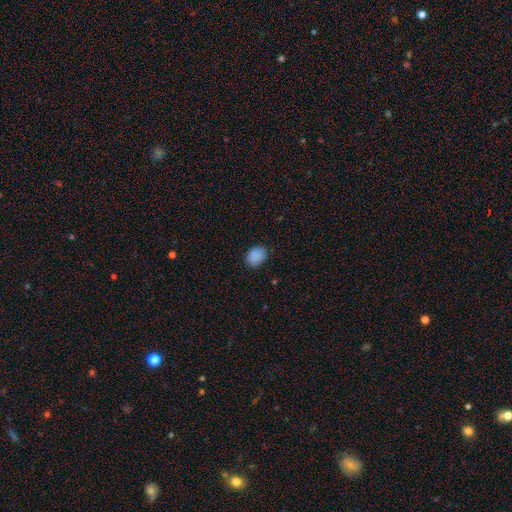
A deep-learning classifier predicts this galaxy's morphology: type=smooth (86%); roundness=in between (66%); merging=none (81%).